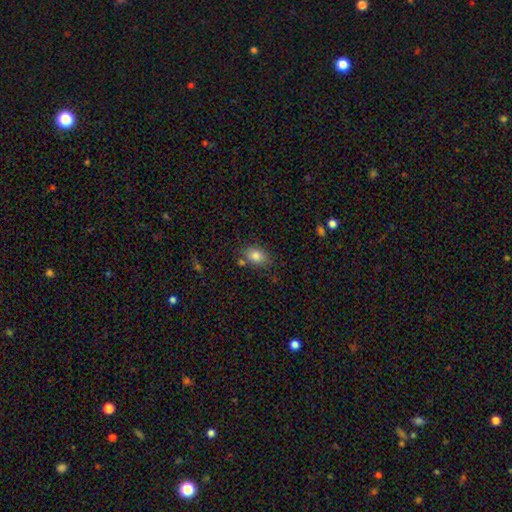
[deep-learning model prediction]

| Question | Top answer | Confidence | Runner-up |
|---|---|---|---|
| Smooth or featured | smooth | 82% | star or artifact (9%) |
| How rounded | in between | 80% | round (18%) |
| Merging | none | 72% | minor disturbance (15%) |